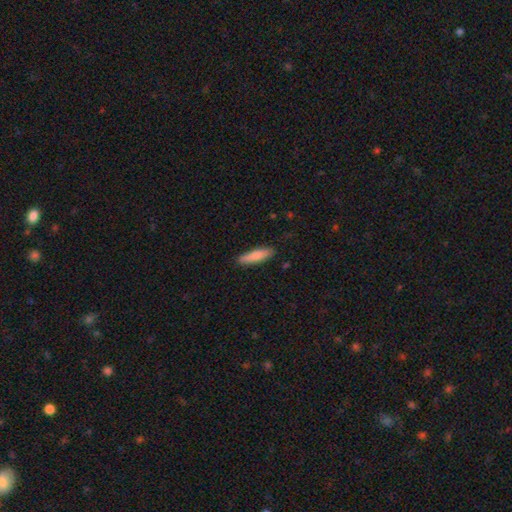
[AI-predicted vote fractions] A smooth galaxy with no disk features (83%) that is cigar-shaped (68%). Merging: none (86%).